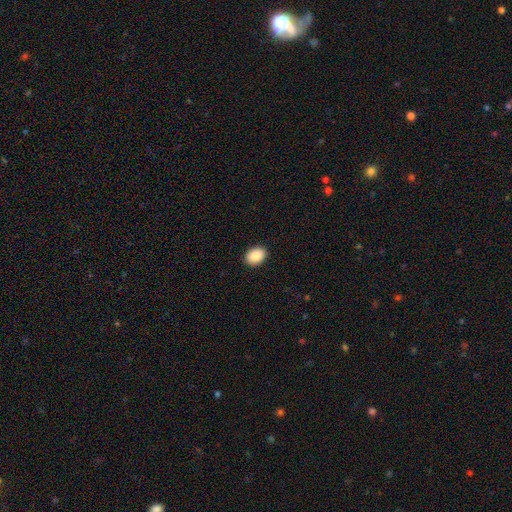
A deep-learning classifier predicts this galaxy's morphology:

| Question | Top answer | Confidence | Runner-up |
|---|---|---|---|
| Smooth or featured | smooth | 89% | star or artifact (7%) |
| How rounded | in between | 75% | round (24%) |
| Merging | none | 91% | minor disturbance (6%) |